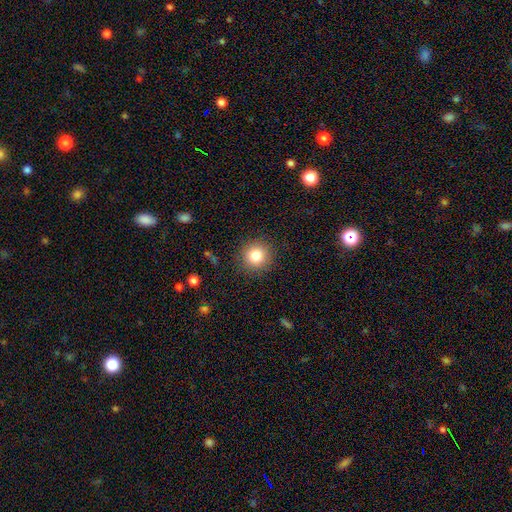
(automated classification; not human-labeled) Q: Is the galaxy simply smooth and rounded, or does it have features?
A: smooth — 82%.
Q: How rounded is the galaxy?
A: round — 94%.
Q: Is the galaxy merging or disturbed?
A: none — 90%.